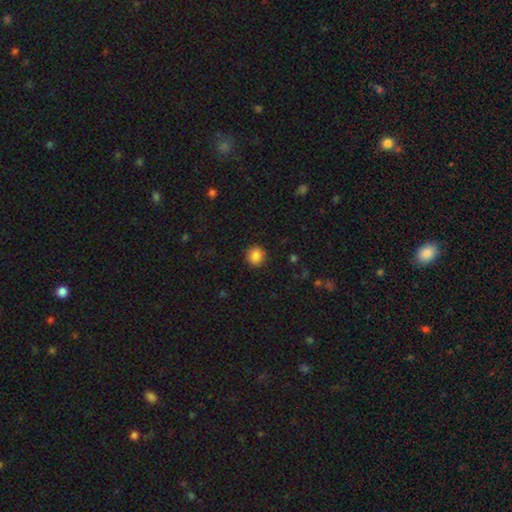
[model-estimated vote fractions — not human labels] A smooth galaxy with no disk features (87%) that is round (87%). Merging: none (90%).